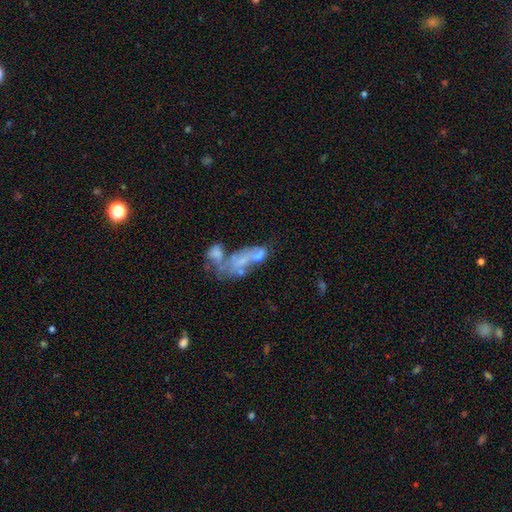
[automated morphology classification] featured or disk 49%, smooth 30%, star or artifact 21%. Down the decision tree: merging — merger (48%).